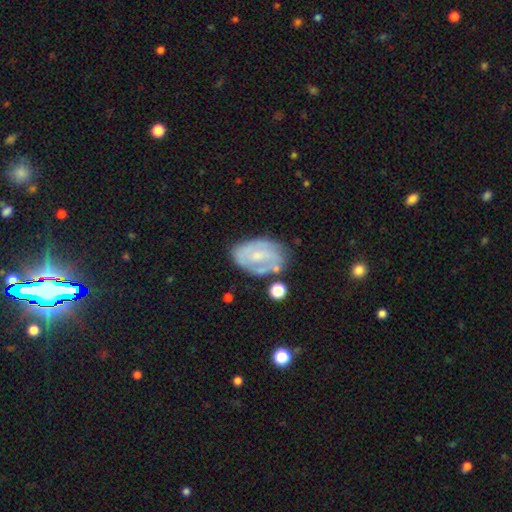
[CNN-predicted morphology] Smooth or featured? Predicted: featured or disk (p=0.60). Edge-on disk? Predicted: no (p=0.96). Bar? Predicted: no (p=0.50). Spiral arms? Predicted: yes (p=0.64). Bulge size? Predicted: small (p=0.54). Merging? Predicted: none (p=0.56).